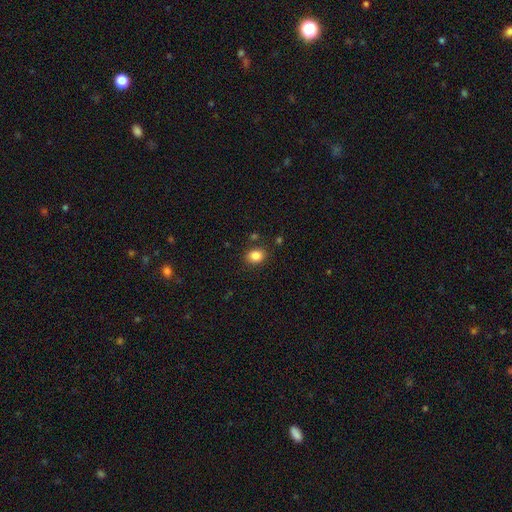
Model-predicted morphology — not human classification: Smooth or featured?
  - smooth: 85% *
  - star or artifact: 10%
  - featured or disk: 5%
How rounded?
  - in between: 51% *
  - round: 48%
  - cigar-shaped: 1%
Merging?
  - none: 84% *
  - minor disturbance: 10%
  - merger: 3%
  - major disturbance: 3%